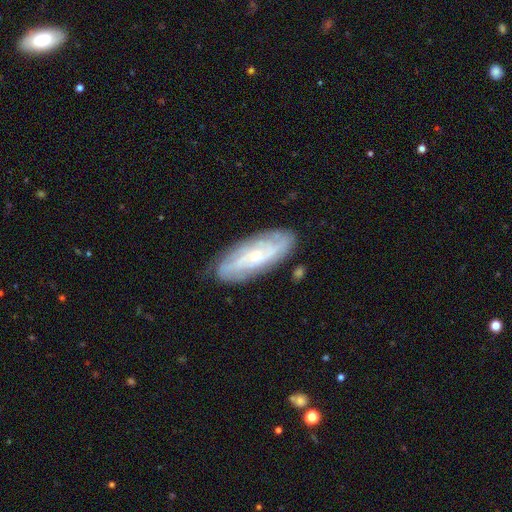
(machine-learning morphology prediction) This is likely a featured or disk galaxy (70%). It is clearly not viewed edge-on (85%). Bar: likely no (65%). Spiral arm pattern: clearly yes (89%). Spiral arm count: marginally can't tell (45%). Spiral winding: possibly tight (56%). Central bulge: likely small (69%). Merging: likely none (80%).